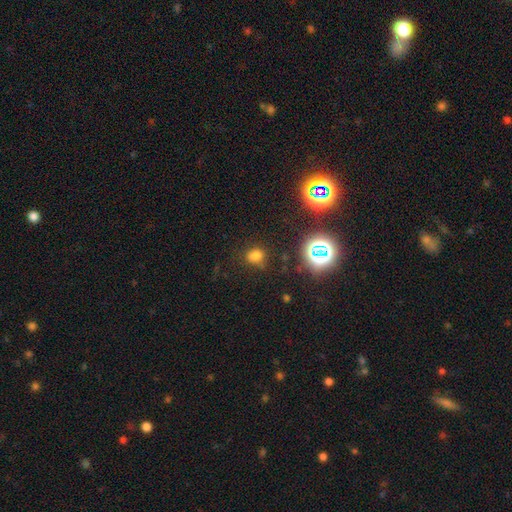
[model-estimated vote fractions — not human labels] Smooth or featured?
  - smooth: 68% *
  - star or artifact: 25%
  - featured or disk: 7%
How rounded?
  - round: 63% *
  - in between: 35%
  - cigar-shaped: 1%
Merging?
  - none: 71% *
  - minor disturbance: 17%
  - major disturbance: 6%
  - merger: 5%